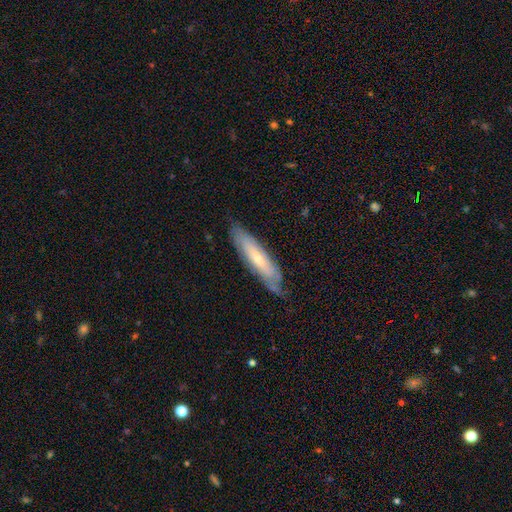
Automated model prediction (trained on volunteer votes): Smooth or featured? featured or disk (56%)
Edge-on disk? yes (58%)
Merging? none (79%)